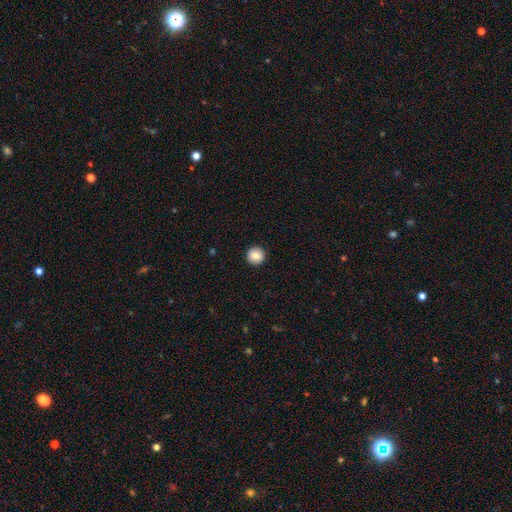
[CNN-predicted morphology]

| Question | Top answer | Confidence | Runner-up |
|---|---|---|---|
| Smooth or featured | smooth | 81% | featured or disk (10%) |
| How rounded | round | 94% | in between (5%) |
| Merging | none | 92% | minor disturbance (6%) |